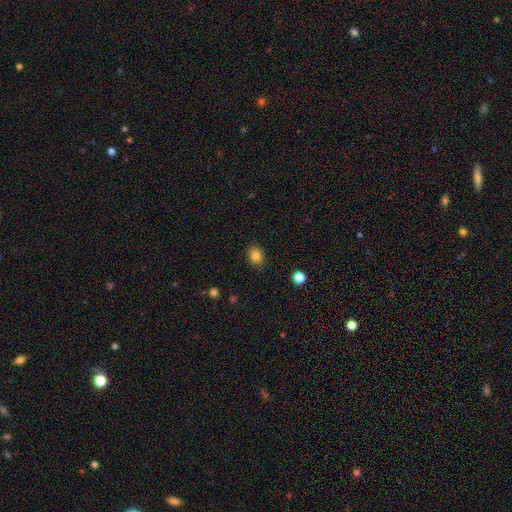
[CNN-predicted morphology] Q: Smooth or featured?
A: smooth (83%); runner-up: star or artifact (11%)
Q: How rounded?
A: in between (50%); runner-up: round (49%)
Q: Merging?
A: none (88%); runner-up: minor disturbance (9%)